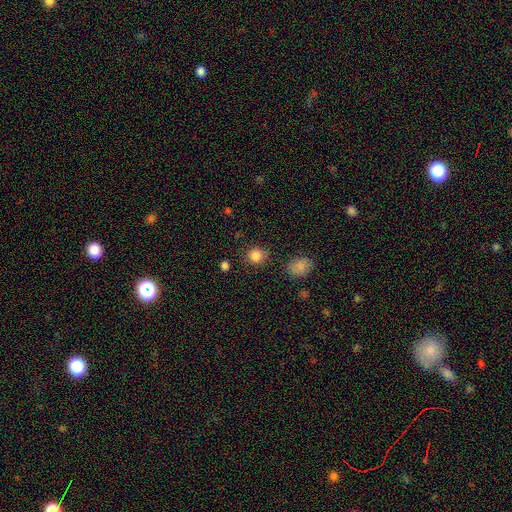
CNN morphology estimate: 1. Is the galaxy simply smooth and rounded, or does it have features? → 85% smooth, 11% star or artifact, 4% featured or disk.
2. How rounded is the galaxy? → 84% round, 15% in between, 1% cigar-shaped.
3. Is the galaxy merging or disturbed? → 81% none, 12% minor disturbance, 4% major disturbance, 3% merger.